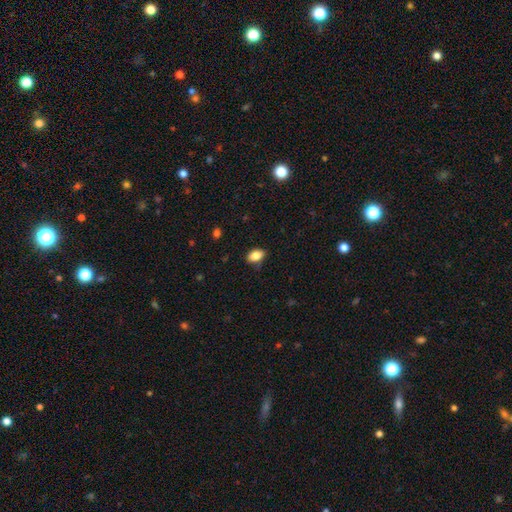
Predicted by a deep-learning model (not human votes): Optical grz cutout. It shows a smooth galaxy with no disk features (85%) that is in between round and cigar-shaped (87%). Merging: none (82%).